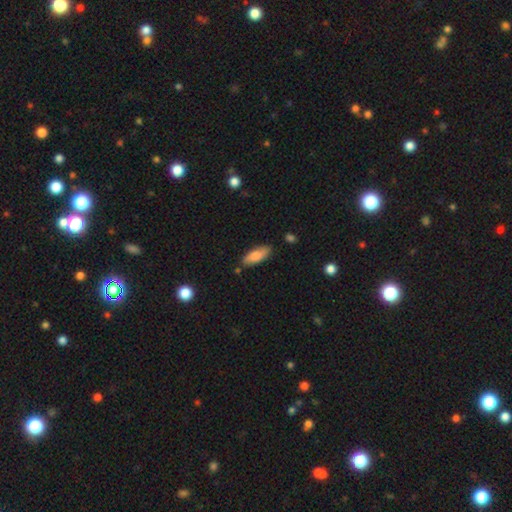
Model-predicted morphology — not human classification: This appears to be a smooth galaxy with no disk features (81%) that is in between round and cigar-shaped (73%). Merging: none (79%).